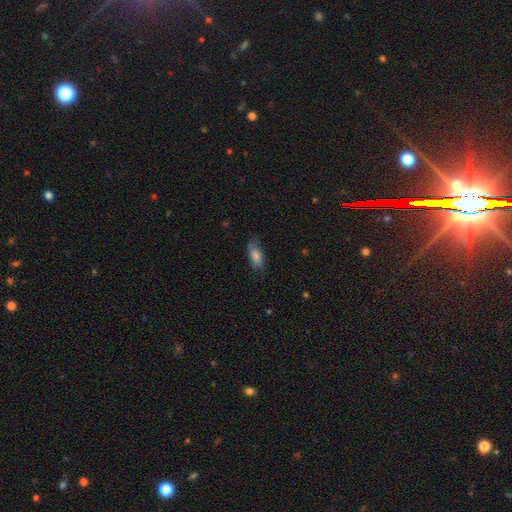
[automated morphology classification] Smooth or featured: smooth — 82% (featured or disk — 10%)
How rounded: in between — 86% (cigar-shaped — 10%)
Merging: none — 68% (minor disturbance — 24%)